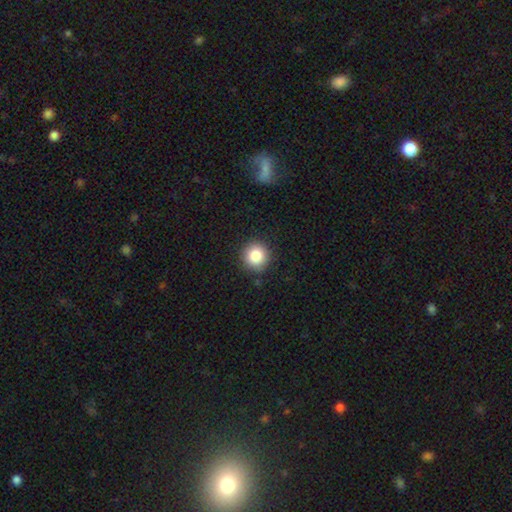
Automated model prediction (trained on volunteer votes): Smooth or featured: smooth — 84% (star or artifact — 10%)
How rounded: round — 93% (in between — 6%)
Merging: none — 89% (minor disturbance — 8%)